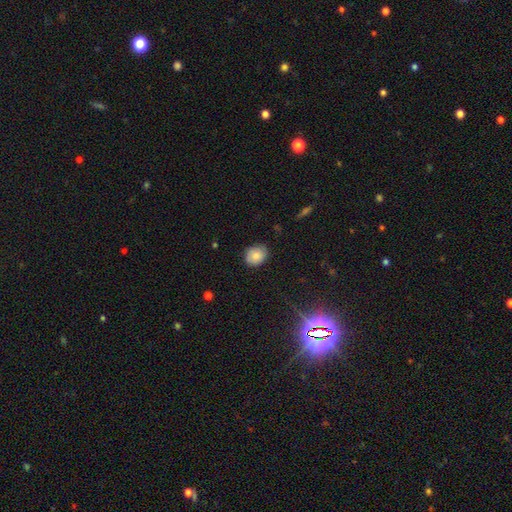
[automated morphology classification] This is clearly a smooth galaxy (81%). How rounded: possibly round (53%). Merging: likely none (78%).